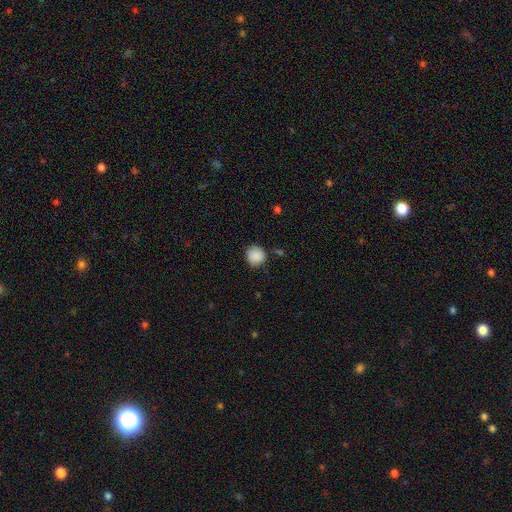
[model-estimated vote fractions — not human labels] Smooth or featured?
  - smooth: 89% *
  - star or artifact: 9%
  - featured or disk: 3%
How rounded?
  - round: 93% *
  - in between: 6%
  - cigar-shaped: 1%
Merging?
  - none: 86% *
  - minor disturbance: 10%
  - major disturbance: 3%
  - merger: 2%